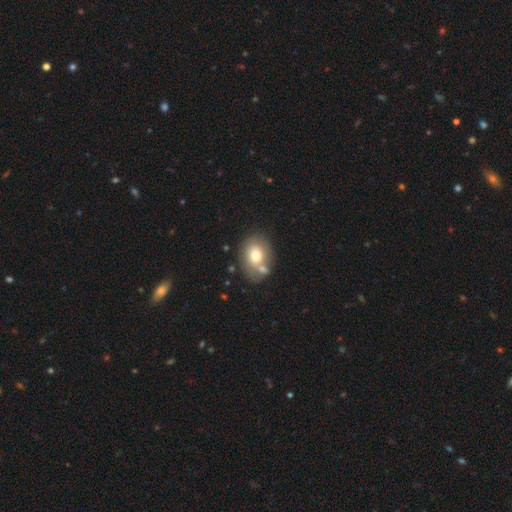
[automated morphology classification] A smooth galaxy with no disk features (71%) that is in between round and cigar-shaped (62%). Merging: none (54%).